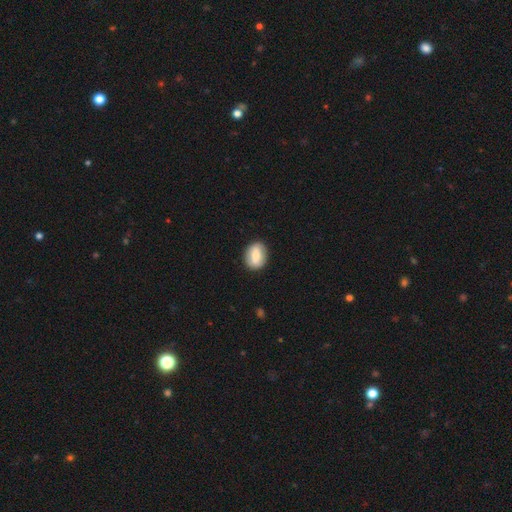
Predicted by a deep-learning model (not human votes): Smooth or featured?
  - smooth: 70% *
  - featured or disk: 23%
  - star or artifact: 7%
How rounded?
  - in between: 63% *
  - round: 35%
  - cigar-shaped: 2%
Merging?
  - none: 87% *
  - minor disturbance: 9%
  - major disturbance: 2%
  - merger: 1%